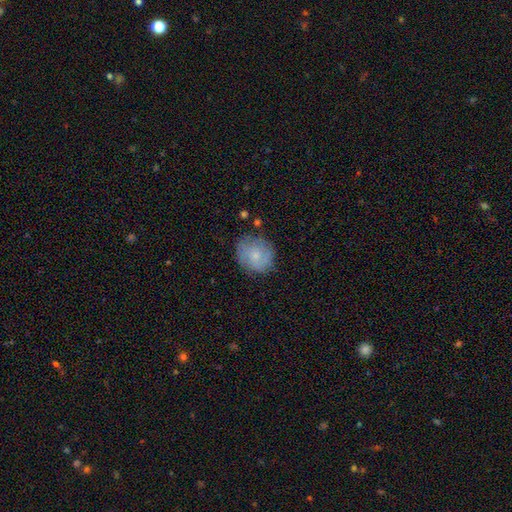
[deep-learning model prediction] The model was most divided on "smooth or featured": smooth: 59%, featured or disk: 34%, star or artifact: 7%. More confident: how rounded — round (82%); merging — none (73%).